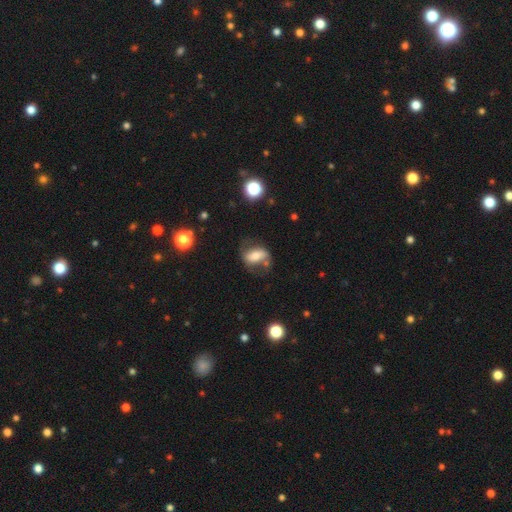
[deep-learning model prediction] Overall: featured or disk (48%; smooth 43%). Merging: none (53%; minor disturbance 23%).